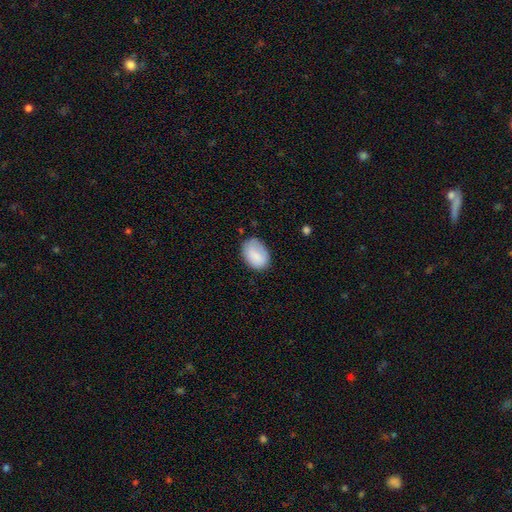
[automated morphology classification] Smooth or featured? Predicted: smooth (p=0.82). How rounded? Predicted: in between (p=0.80). Merging? Predicted: none (p=0.70).